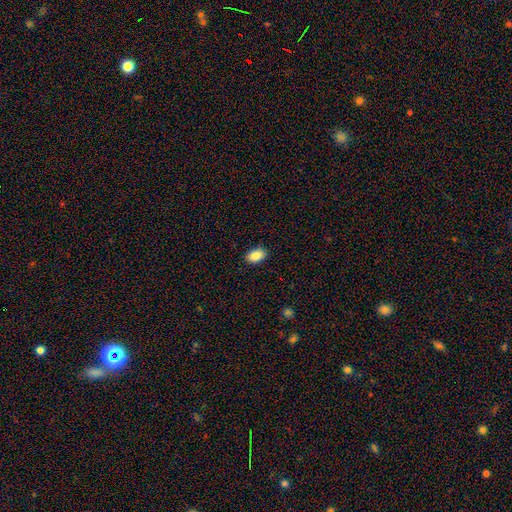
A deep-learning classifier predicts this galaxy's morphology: smooth 87%, star or artifact 8%, featured or disk 5%. Down the decision tree: how rounded — in between (89%); merging — none (88%).